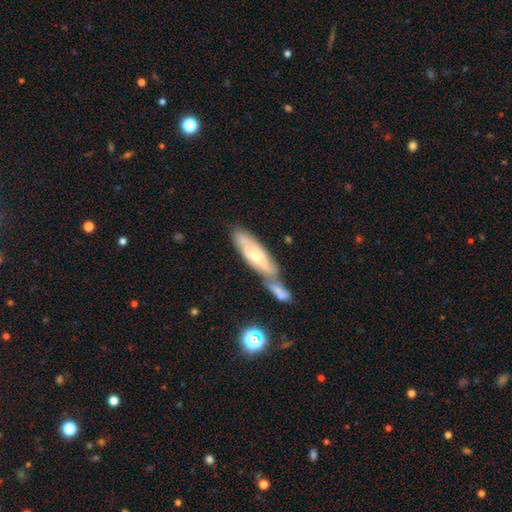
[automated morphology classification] Smooth or featured?
  - featured or disk: 59% *
  - smooth: 35%
  - star or artifact: 7%
Edge-on disk?
  - no: 70% *
  - yes: 30%
Merging?
  - merger: 41% *
  - none: 38%
  - minor disturbance: 16%
  - major disturbance: 6%